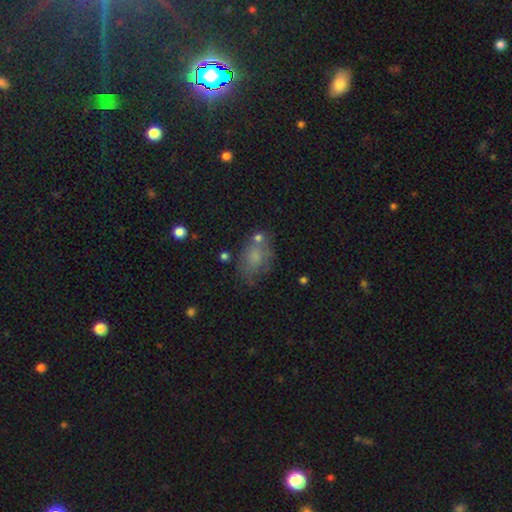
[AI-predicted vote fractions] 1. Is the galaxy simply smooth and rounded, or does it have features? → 65% smooth, 20% featured or disk, 15% star or artifact.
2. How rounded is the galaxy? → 78% in between, 20% round, 2% cigar-shaped.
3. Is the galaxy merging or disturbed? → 54% none, 24% minor disturbance, 12% major disturbance, 10% merger.